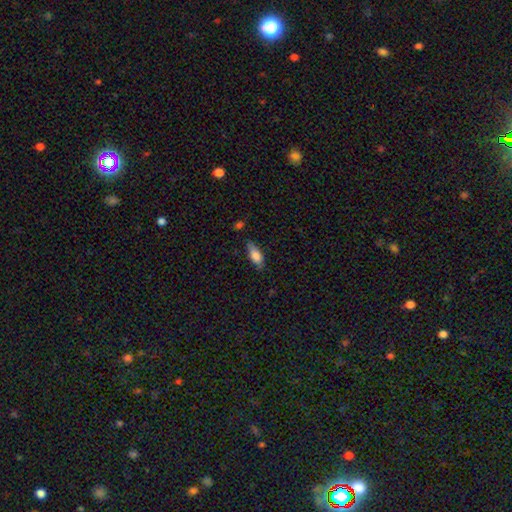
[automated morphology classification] smooth 78%, featured or disk 15%, star or artifact 7%. Down the decision tree: how rounded — in between (73%); merging — none (69%).